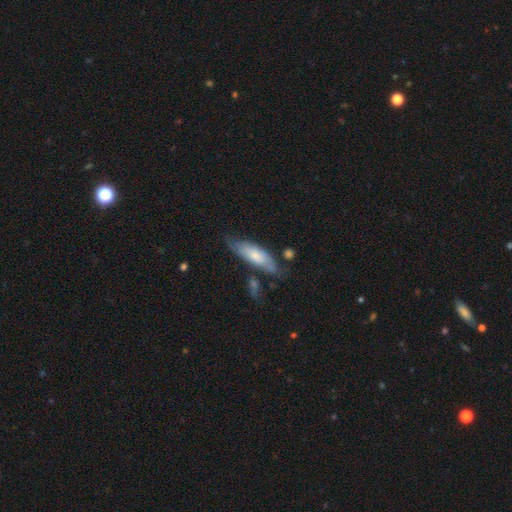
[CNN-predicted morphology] Smooth or featured: smooth — 57% (featured or disk — 37%)
How rounded: in between — 57% (cigar-shaped — 42%)
Merging: none — 60% (minor disturbance — 26%)